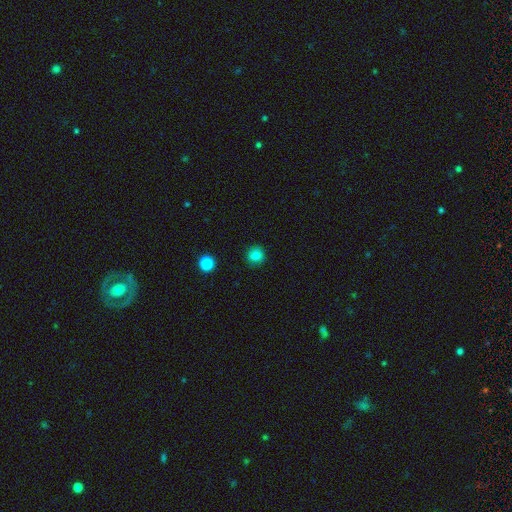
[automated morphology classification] A smooth galaxy with no disk features (83%) that is round (90%).

Vote fractions:
- Smooth or featured? smooth: 83% / star or artifact: 12% / featured or disk: 5%
- How rounded? round: 90% / in between: 9% / cigar-shaped: 1%
- Merging? none: 90% / minor disturbance: 7% / major disturbance: 2% / merger: 1%